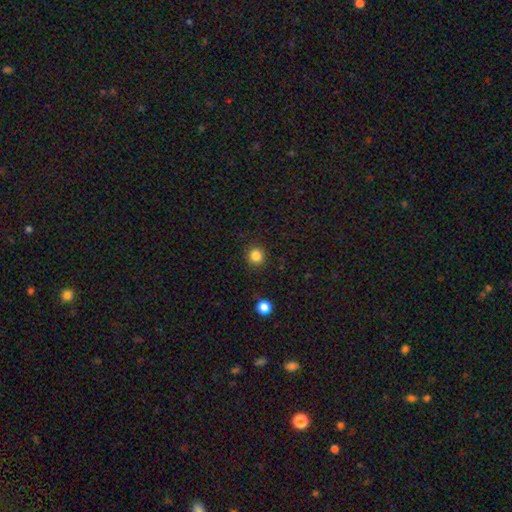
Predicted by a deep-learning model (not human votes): The model was most divided on "smooth or featured": smooth: 85%, star or artifact: 12%, featured or disk: 4%. More confident: how rounded — round (93%); merging — none (91%).